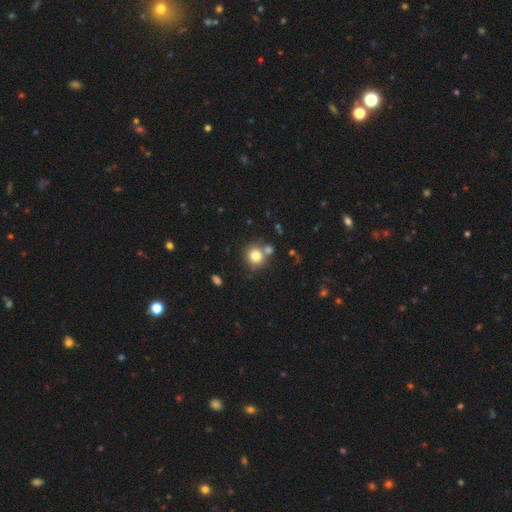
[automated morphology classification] Q: Smooth or featured?
A: smooth (79%); runner-up: star or artifact (12%)
Q: How rounded?
A: round (86%); runner-up: in between (13%)
Q: Merging?
A: none (66%); runner-up: merger (20%)